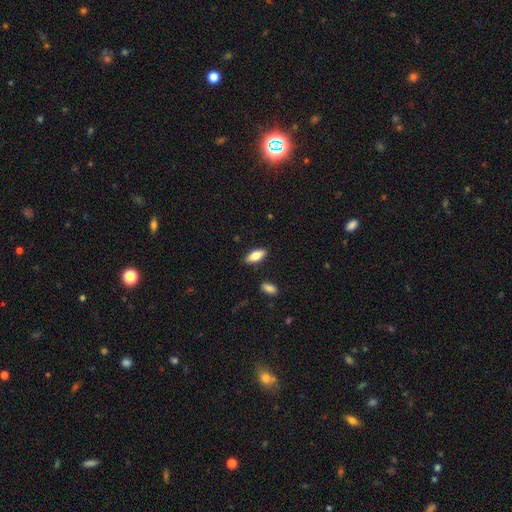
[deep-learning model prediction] Smooth or featured? smooth (77%)
How rounded? in between (82%)
Merging? none (87%)